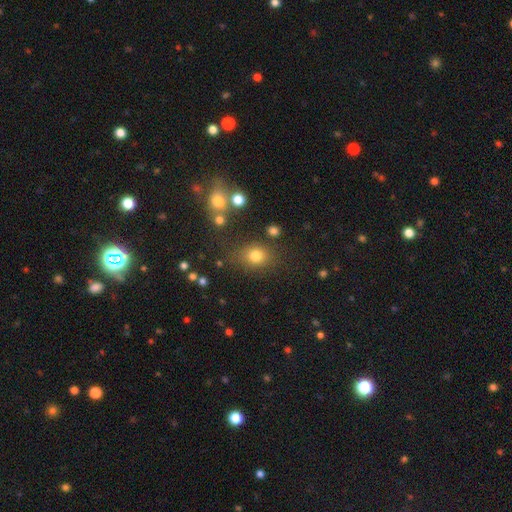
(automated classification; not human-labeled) Q: Smooth or featured?
A: smooth (77%); runner-up: star or artifact (16%)
Q: How rounded?
A: round (65%); runner-up: in between (33%)
Q: Merging?
A: none (74%); runner-up: minor disturbance (14%)